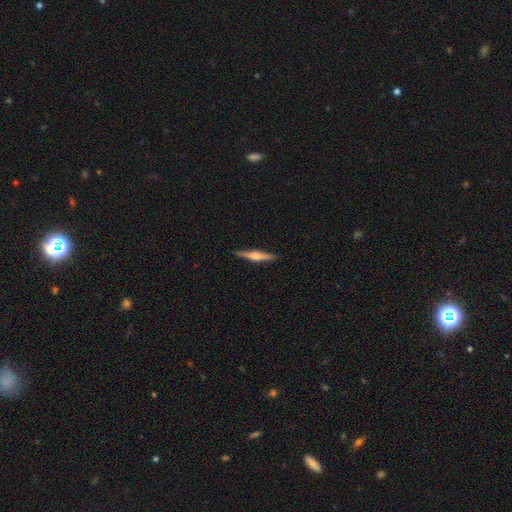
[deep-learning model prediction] Smooth or featured: featured or disk — 69% (smooth — 26%)
Edge-on disk: yes — 98% (no — 2%)
Edge-on bulge: rounded — 85% (boxy — 8%)
Merging: none — 92% (minor disturbance — 6%)